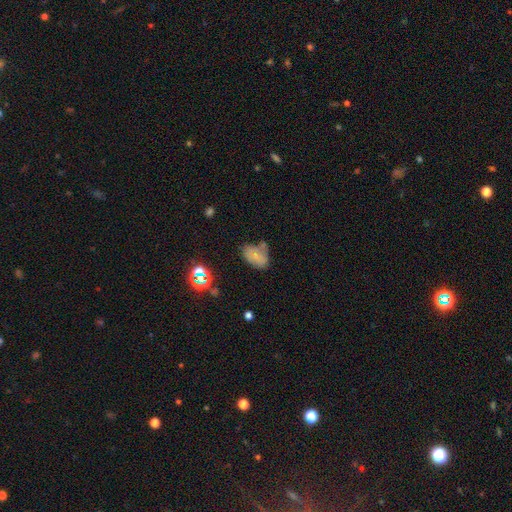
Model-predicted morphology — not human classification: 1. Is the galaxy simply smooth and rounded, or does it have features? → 66% smooth, 19% featured or disk, 15% star or artifact.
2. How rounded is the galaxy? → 86% in between, 13% round, 2% cigar-shaped.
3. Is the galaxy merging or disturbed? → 47% none, 29% minor disturbance, 14% merger, 11% major disturbance.